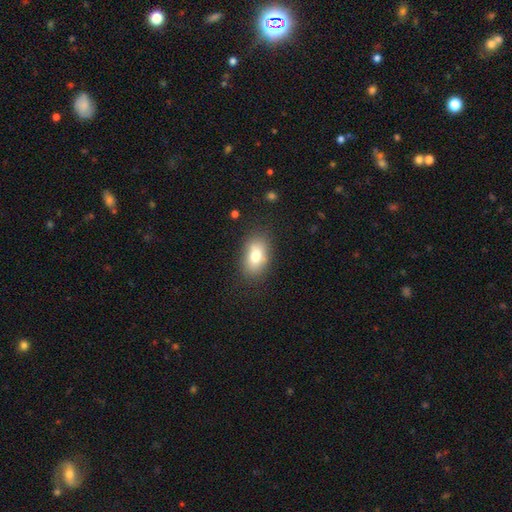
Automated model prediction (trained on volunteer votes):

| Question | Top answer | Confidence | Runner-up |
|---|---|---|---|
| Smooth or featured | smooth | 76% | featured or disk (14%) |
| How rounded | in between | 85% | round (12%) |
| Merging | none | 79% | minor disturbance (14%) |